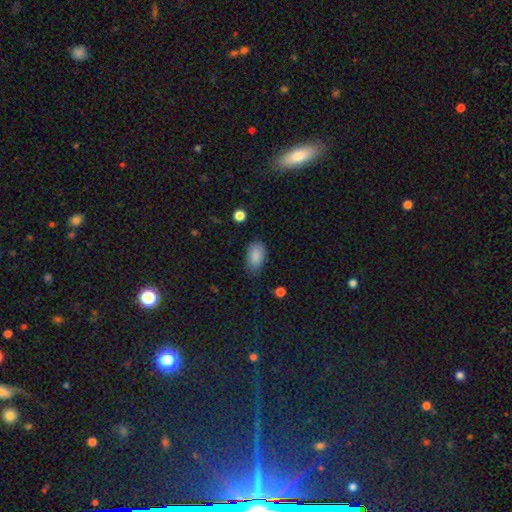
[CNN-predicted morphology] Q: Smooth or featured?
A: smooth (87%); runner-up: star or artifact (7%)
Q: How rounded?
A: in between (92%); runner-up: round (6%)
Q: Merging?
A: none (72%); runner-up: minor disturbance (22%)